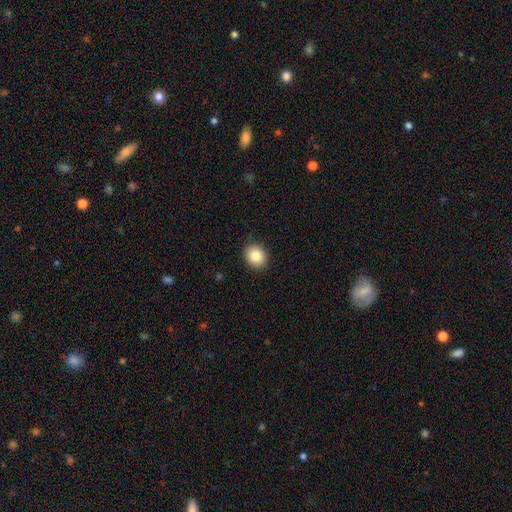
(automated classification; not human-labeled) Q: Smooth or featured?
A: smooth (84%); runner-up: star or artifact (9%)
Q: How rounded?
A: round (68%); runner-up: in between (31%)
Q: Merging?
A: none (89%); runner-up: minor disturbance (8%)